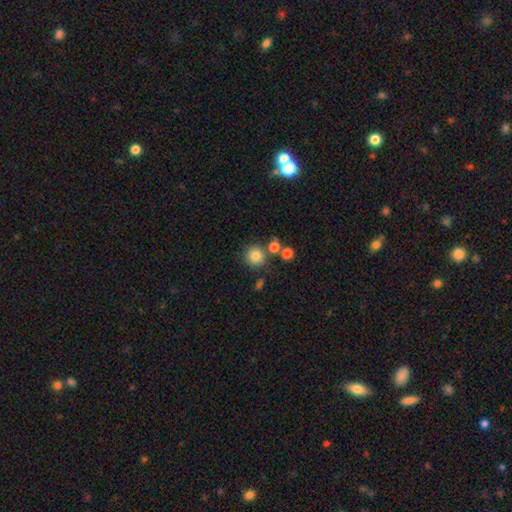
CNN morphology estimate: A smooth galaxy with no disk features (82%) that is round (93%). Merging: none (75%).